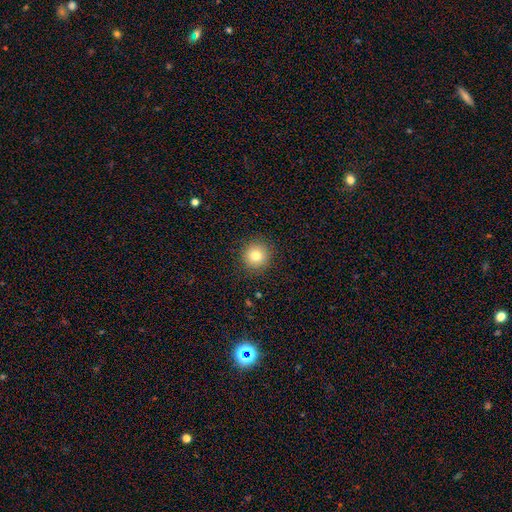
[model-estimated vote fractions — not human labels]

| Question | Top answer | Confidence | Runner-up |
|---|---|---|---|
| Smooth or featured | smooth | 80% | star or artifact (12%) |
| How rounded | round | 94% | in between (5%) |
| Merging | none | 91% | minor disturbance (6%) |